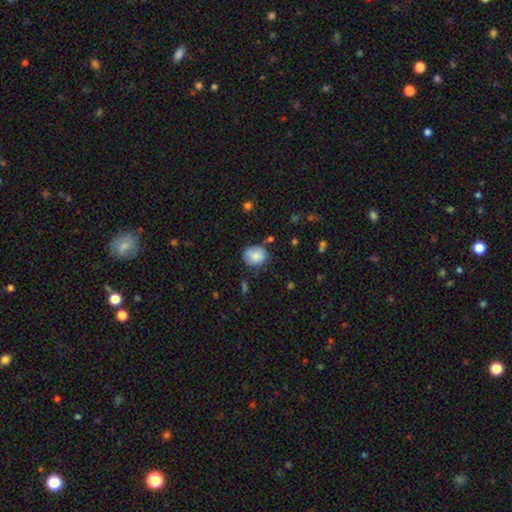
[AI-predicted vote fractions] The model was most divided on "how rounded": round: 68%, in between: 31%, cigar-shaped: 1%. More confident: smooth or featured — smooth (82%); merging — none (64%).